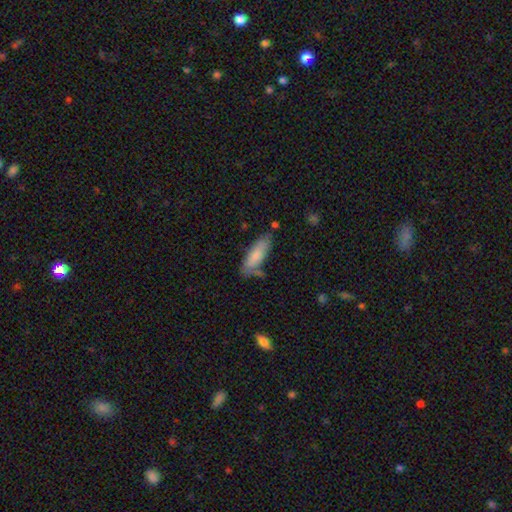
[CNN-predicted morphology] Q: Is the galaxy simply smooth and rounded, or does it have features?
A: smooth — 80%.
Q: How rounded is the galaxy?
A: in between — 55%.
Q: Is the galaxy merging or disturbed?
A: none — 67%.